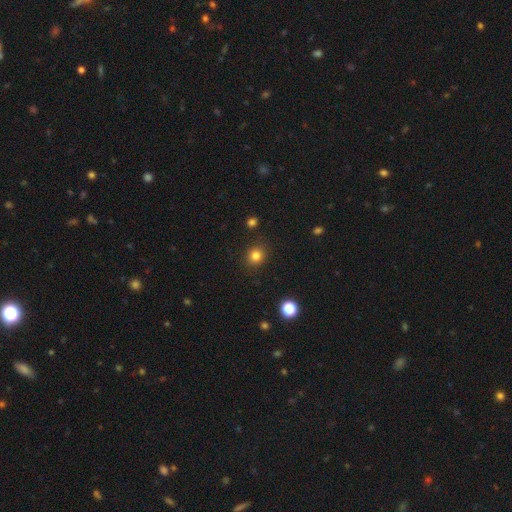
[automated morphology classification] smooth_or_featured: smooth (p=0.82) [alt: star or artifact p=0.13]
how_rounded: round (p=0.87) [alt: in between p=0.12]
merging: none (p=0.89) [alt: minor disturbance p=0.07]